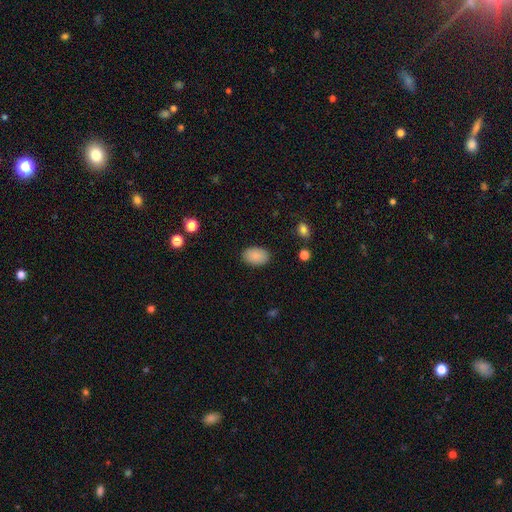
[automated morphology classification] Overall: smooth (88%). How rounded: in between (89%). Merging: none (87%).